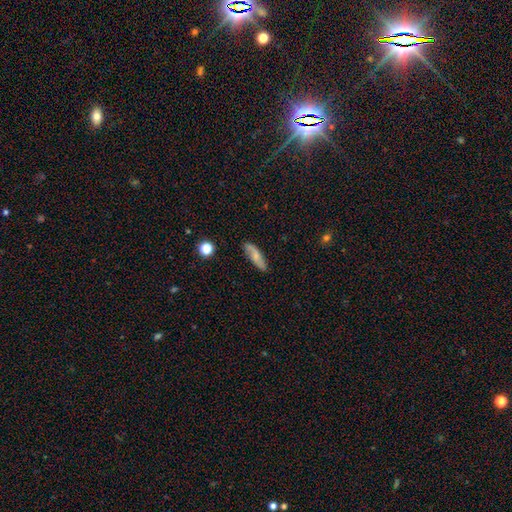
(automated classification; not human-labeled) Smooth or featured?
  - smooth: 62% *
  - featured or disk: 31%
  - star or artifact: 7%
How rounded?
  - cigar-shaped: 54% *
  - in between: 43%
  - round: 3%
Merging?
  - none: 78% *
  - minor disturbance: 17%
  - major disturbance: 3%
  - merger: 2%